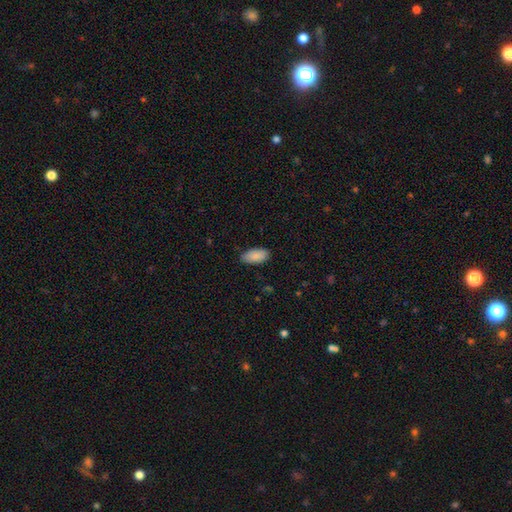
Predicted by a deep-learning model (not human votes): A smooth galaxy with no disk features (89%) that is in between round and cigar-shaped (93%). Merging: none (85%).